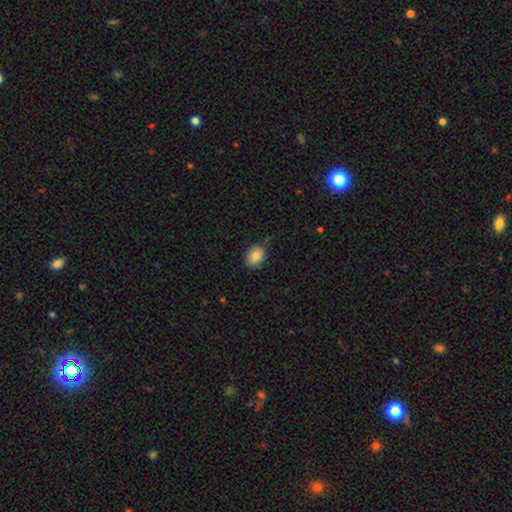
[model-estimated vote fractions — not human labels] A smooth galaxy with no disk features (84%) that is in between round and cigar-shaped (60%). Merging: none (78%).